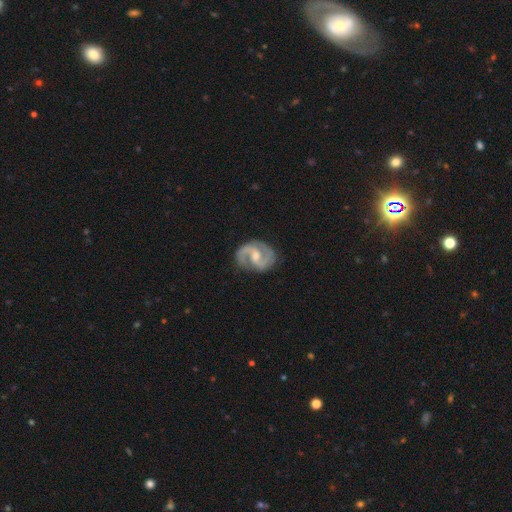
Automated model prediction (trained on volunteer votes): smooth_or_featured: featured or disk (p=0.92) [alt: smooth p=0.05]
disk_edge_on: no (p=0.98) [alt: yes p=0.02]
bar: weak (p=0.55) [alt: no p=0.27]
has_spiral_arms: yes (p=0.98) [alt: no p=0.02]
spiral_winding: medium (p=0.61) [alt: tight p=0.26]
spiral_arm_count: 2 (p=0.92) [alt: can't tell p=0.02]
bulge_size: moderate (p=0.56) [alt: small p=0.32]
merging: none (p=0.79) [alt: minor disturbance p=0.15]